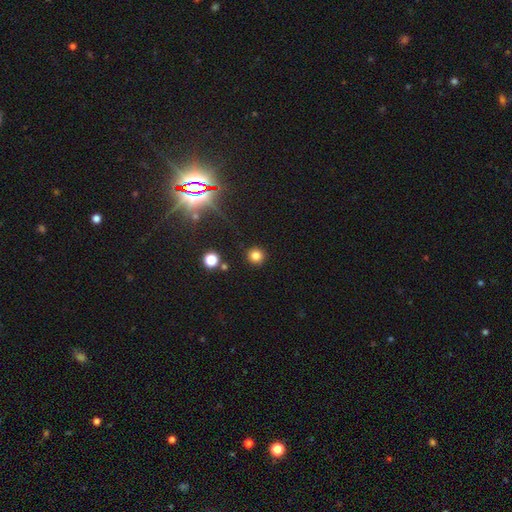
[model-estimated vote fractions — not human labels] smooth 79%, star or artifact 16%, featured or disk 5%. Down the decision tree: how rounded — round (94%); merging — none (90%).